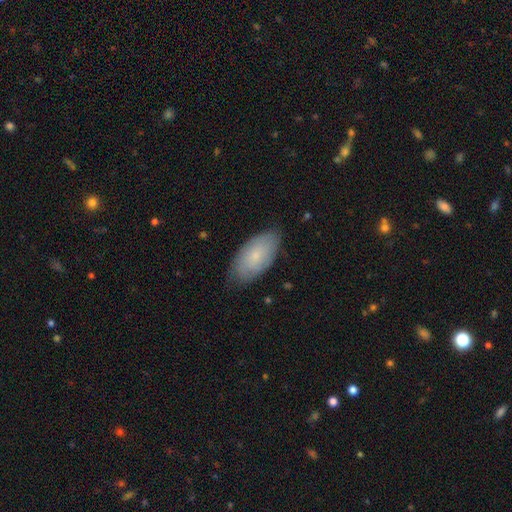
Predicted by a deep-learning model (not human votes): A smooth galaxy with no disk features (70%) that is in between round and cigar-shaped (94%). Merging: none (78%).